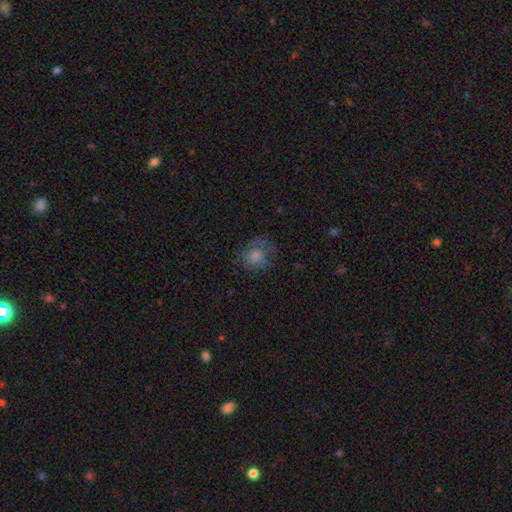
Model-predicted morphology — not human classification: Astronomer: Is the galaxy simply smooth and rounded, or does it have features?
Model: smooth — 60%.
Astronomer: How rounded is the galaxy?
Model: round — 76%.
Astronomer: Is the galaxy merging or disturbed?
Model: none — 66%.